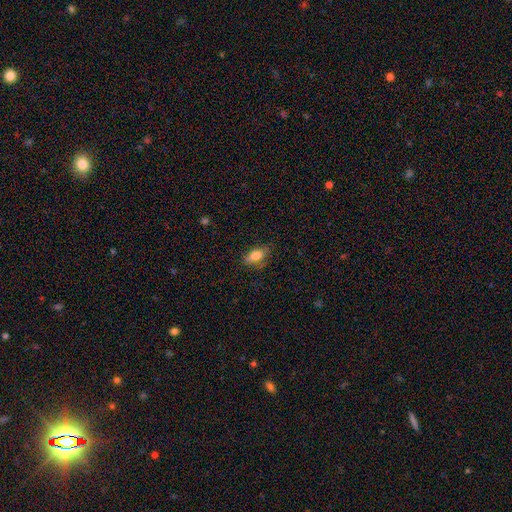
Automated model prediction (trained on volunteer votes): smooth_or_featured: smooth (p=0.80) [alt: featured or disk p=0.12]
how_rounded: in between (p=0.85) [alt: cigar-shaped p=0.10]
merging: none (p=0.75) [alt: minor disturbance p=0.19]